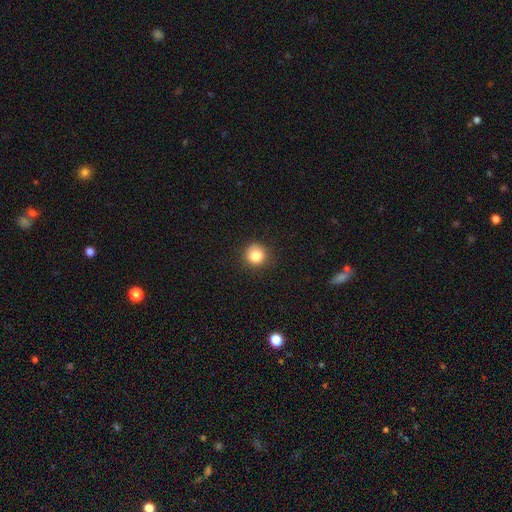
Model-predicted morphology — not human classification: smooth_or_featured: smooth (p=0.84) [alt: star or artifact p=0.10]
how_rounded: round (p=0.93) [alt: in between p=0.06]
merging: none (p=0.87) [alt: minor disturbance p=0.09]